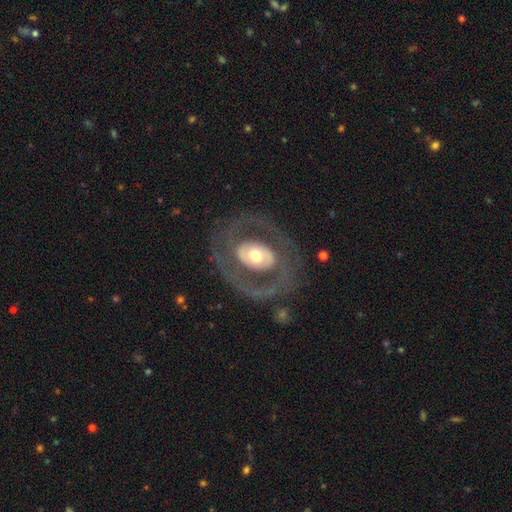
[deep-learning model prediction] Overall: featured or disk (74%). Edge-on disk: no (95%). Bar: no (64%). Spiral arms: yes (51%; no 49%). Bulge size: moderate (62%; large 24%). Merging: none (74%).